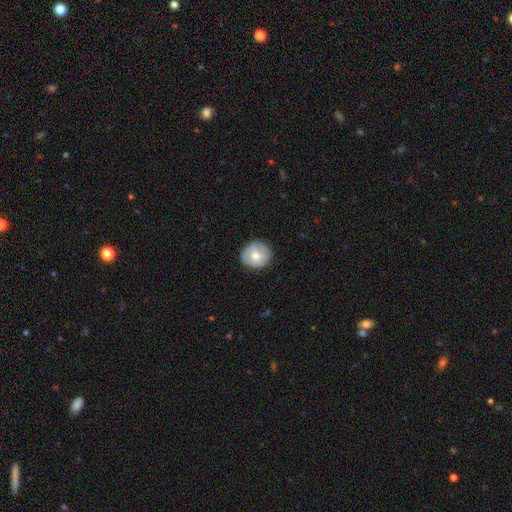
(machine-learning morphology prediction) Smooth or featured?
  - smooth: 68% *
  - featured or disk: 26%
  - star or artifact: 7%
How rounded?
  - round: 85% *
  - in between: 14%
  - cigar-shaped: 1%
Merging?
  - none: 83% *
  - minor disturbance: 13%
  - major disturbance: 3%
  - merger: 1%